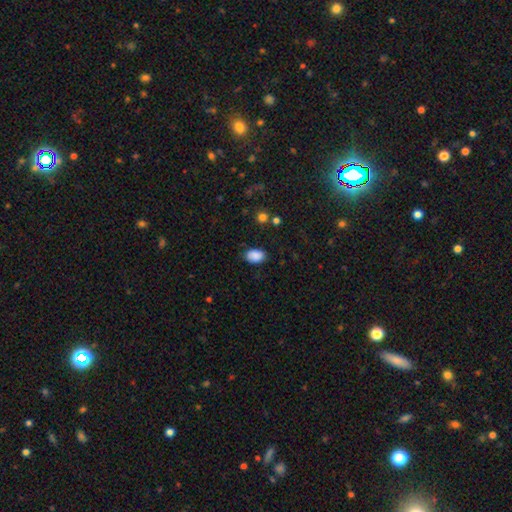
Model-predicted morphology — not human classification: smooth-or-featured: smooth: 89% | star or artifact: 8% | featured or disk: 4%
  how-rounded: in between: 88% | round: 11% | cigar-shaped: 1%
  merging: none: 83% | minor disturbance: 13% | major disturbance: 3% | merger: 1%